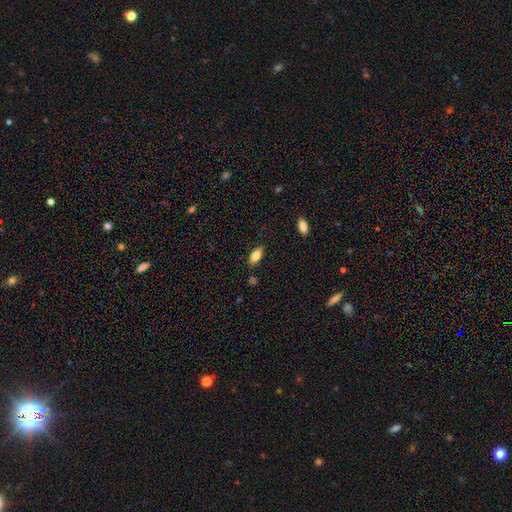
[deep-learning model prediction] Morphology: type=smooth (77%); roundness=in between (84%); merging=none (84%).